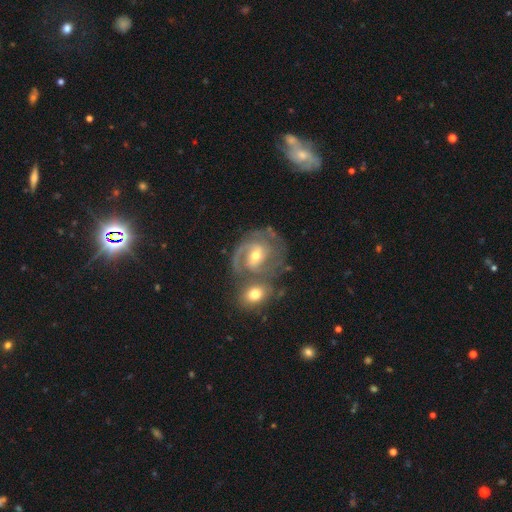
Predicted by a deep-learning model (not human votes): Overall: featured or disk (83%). Edge-on disk: no (97%). Bar: weak (47%; no 37%). Spiral arms: yes (92%). Spiral arm count: 2 (51%; can't tell 20%). Spiral winding: tight (54%; medium 36%). Bulge size: moderate (61%; small 33%). Merging: none (43%; merger 33%).